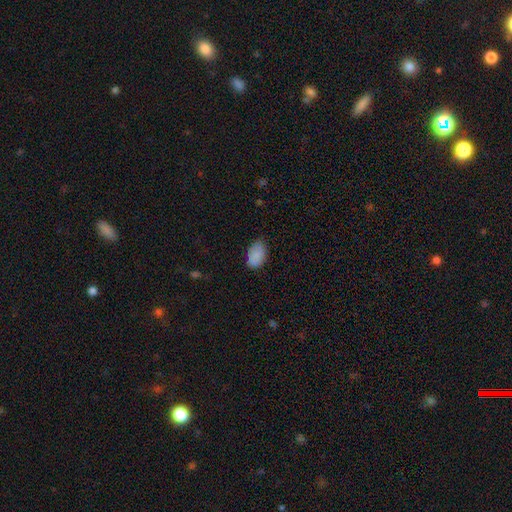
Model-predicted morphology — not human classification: Smooth or featured? smooth (87%)
How rounded? in between (91%)
Merging? none (65%)